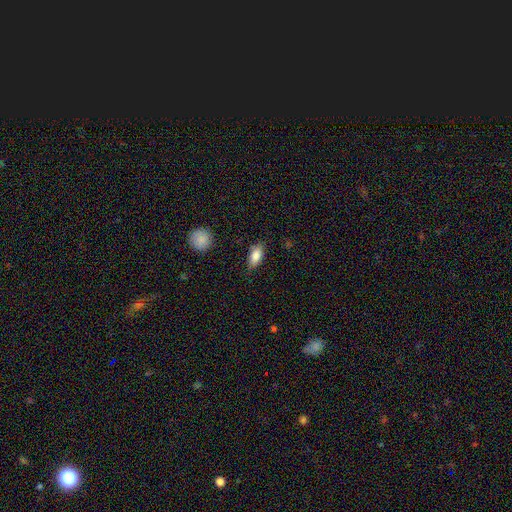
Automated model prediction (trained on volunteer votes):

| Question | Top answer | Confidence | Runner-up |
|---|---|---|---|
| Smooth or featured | smooth | 82% | featured or disk (11%) |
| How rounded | in between | 85% | cigar-shaped (11%) |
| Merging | none | 79% | minor disturbance (17%) |